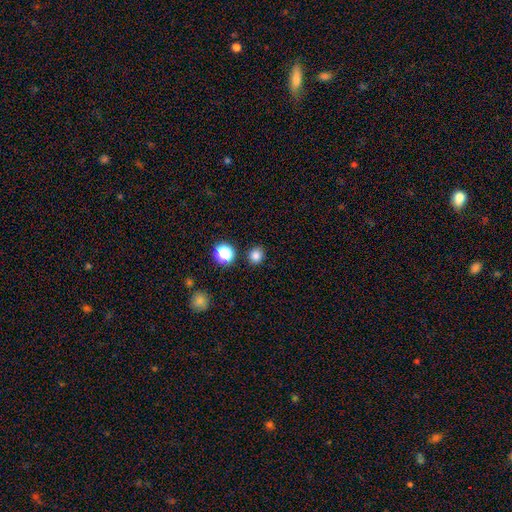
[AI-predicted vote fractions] Smooth or featured: smooth — 80% (star or artifact — 15%)
How rounded: round — 84% (in between — 15%)
Merging: none — 88% (minor disturbance — 7%)